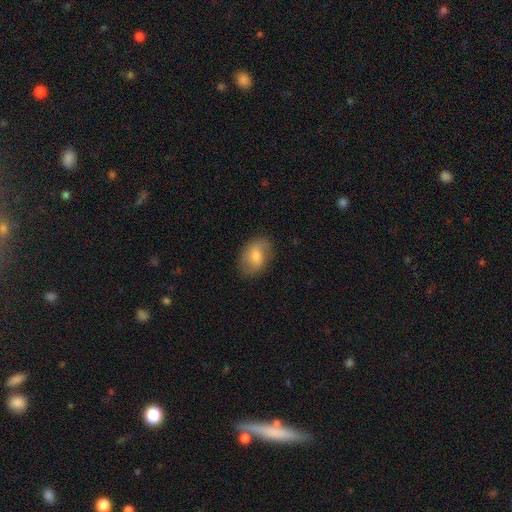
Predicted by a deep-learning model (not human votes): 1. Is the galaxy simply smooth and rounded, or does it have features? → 63% smooth, 29% featured or disk, 8% star or artifact.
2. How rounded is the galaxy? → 80% in between, 18% round, 1% cigar-shaped.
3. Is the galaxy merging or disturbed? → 79% none, 15% minor disturbance, 4% major disturbance, 1% merger.